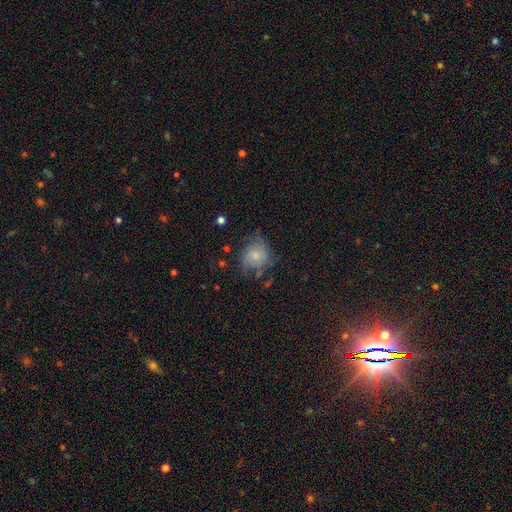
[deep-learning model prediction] A smooth galaxy with no disk features (53%) that is round (72%). Merging: none (50%).